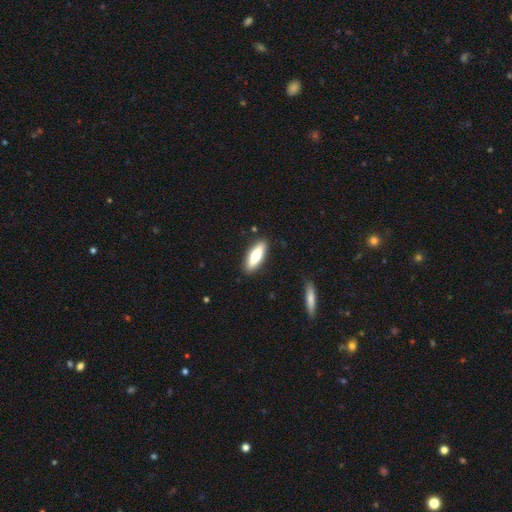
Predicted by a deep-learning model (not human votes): Morphology: type=smooth (67%); roundness=in between (52%); merging=none (88%).